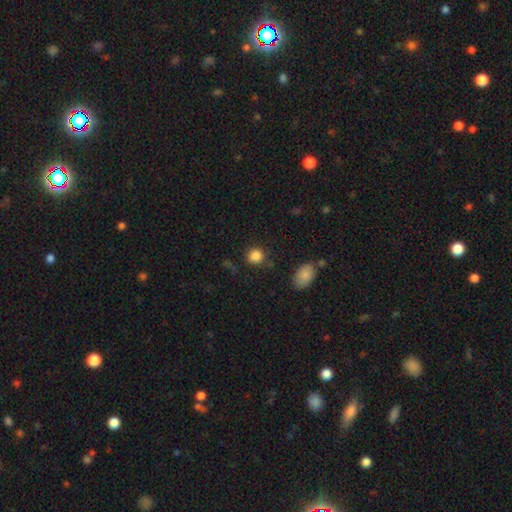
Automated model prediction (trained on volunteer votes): Smooth or featured? smooth (85%)
How rounded? round (86%)
Merging? none (82%)